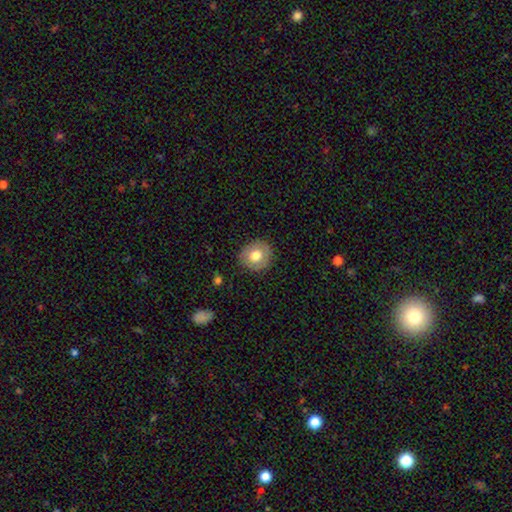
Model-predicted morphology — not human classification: This is likely a smooth galaxy (70%). How rounded: clearly round (87%). Merging: clearly none (87%).